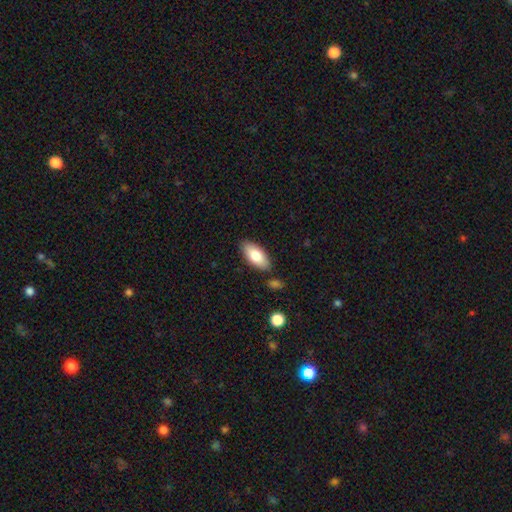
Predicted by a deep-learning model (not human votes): smooth_or_featured: smooth (p=0.81) [alt: featured or disk p=0.13]
how_rounded: in between (p=0.89) [alt: cigar-shaped p=0.09]
merging: none (p=0.83) [alt: minor disturbance p=0.11]